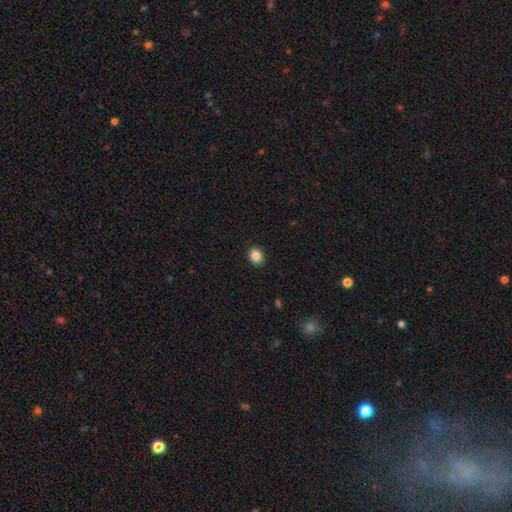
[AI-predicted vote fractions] Overall: smooth (87%). How rounded: round (69%; in between 30%). Merging: none (91%).